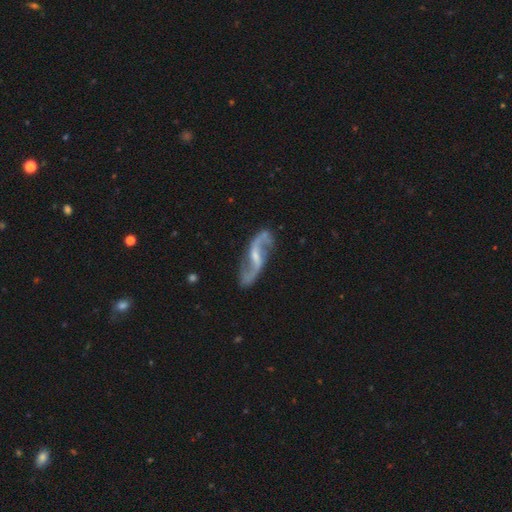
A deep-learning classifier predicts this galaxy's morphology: featured or disk 91%, star or artifact 5%, smooth 5%. Down the decision tree: edge-on disk — no (95%); bar — weak (50%); spiral arms — yes (97%); spiral arm count — 2 (94%); spiral winding — loose (73%); bulge size — small (54%); merging — none (79%).